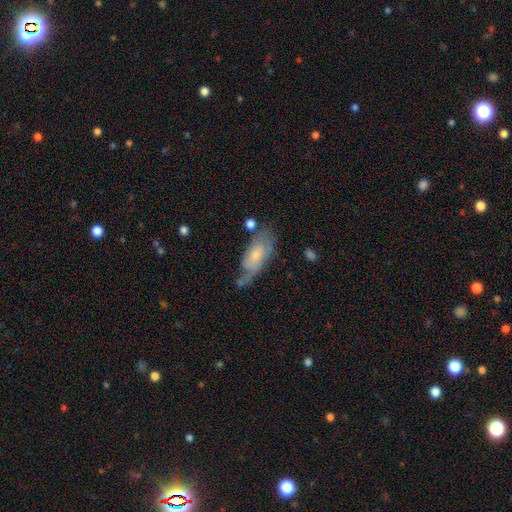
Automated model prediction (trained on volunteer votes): smooth-or-featured: featured or disk: 47% | smooth: 46% | star or artifact: 7%
  merging: none: 44% | minor disturbance: 31% | major disturbance: 18% | merger: 7%